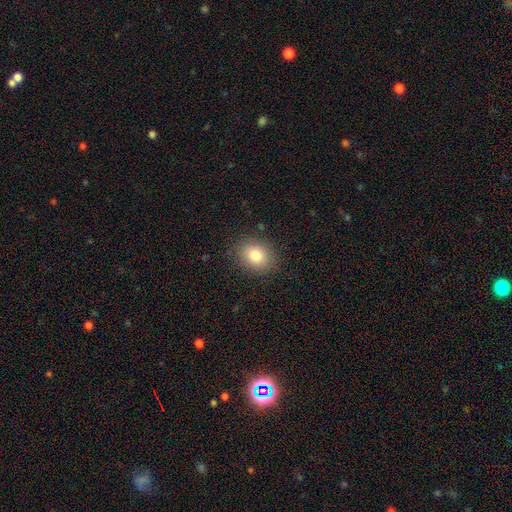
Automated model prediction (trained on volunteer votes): Smooth or featured? Predicted: smooth (p=0.82). How rounded? Predicted: round (p=0.53). Merging? Predicted: none (p=0.86).